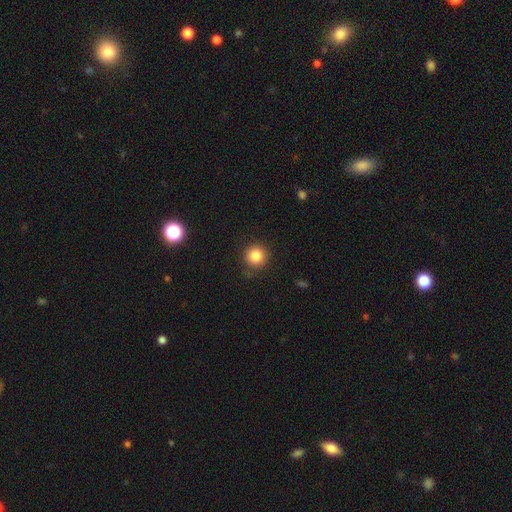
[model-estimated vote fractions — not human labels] smooth_or_featured: smooth (p=0.84) [alt: star or artifact p=0.11]
how_rounded: round (p=0.92) [alt: in between p=0.07]
merging: none (p=0.83) [alt: minor disturbance p=0.12]